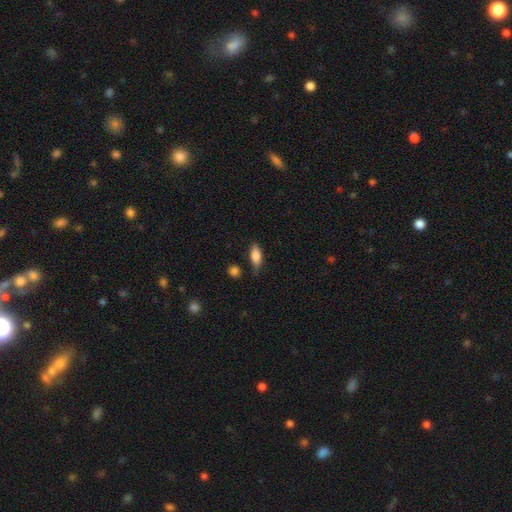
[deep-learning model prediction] A smooth galaxy with no disk features (78%) that is in between round and cigar-shaped (77%).

Vote fractions:
- Smooth or featured? smooth: 78% / featured or disk: 15% / star or artifact: 7%
- How rounded? in between: 77% / cigar-shaped: 20% / round: 3%
- Merging? none: 68% / minor disturbance: 23% / major disturbance: 5% / merger: 4%